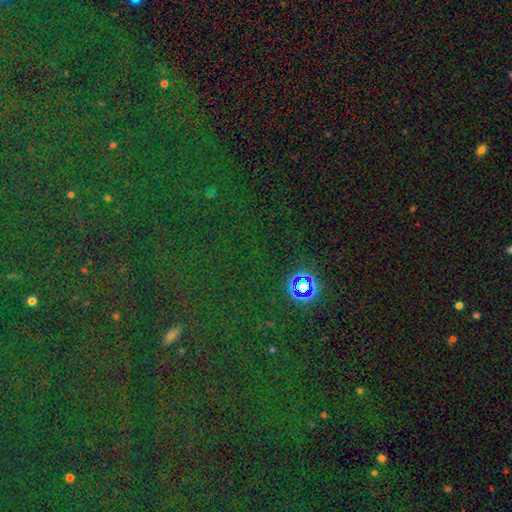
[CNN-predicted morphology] Q: Smooth or featured?
A: star or artifact (73%); runner-up: smooth (20%)